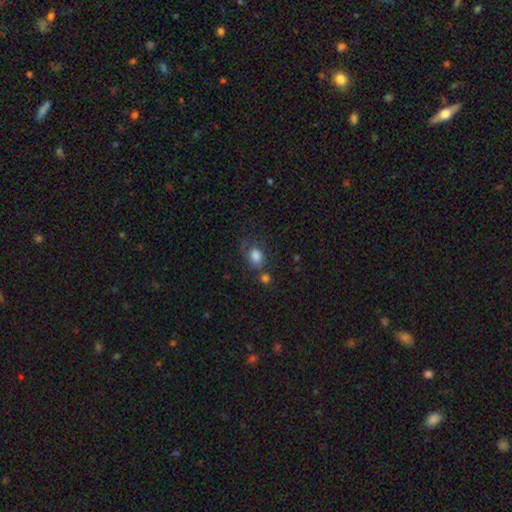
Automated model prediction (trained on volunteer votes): smooth 82%, star or artifact 10%, featured or disk 7%. Down the decision tree: how rounded — in between (59%); merging — none (52%).